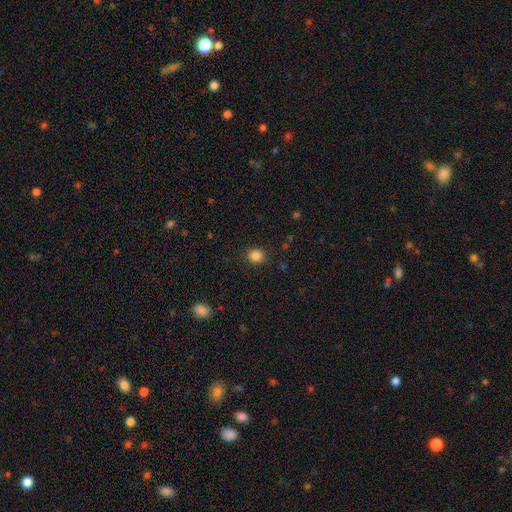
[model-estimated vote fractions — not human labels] A smooth galaxy with no disk features (85%) that is round (85%).

Vote fractions:
- Smooth or featured? smooth: 85% / star or artifact: 12% / featured or disk: 4%
- How rounded? round: 85% / in between: 14% / cigar-shaped: 1%
- Merging? none: 90% / minor disturbance: 7% / major disturbance: 2% / merger: 1%